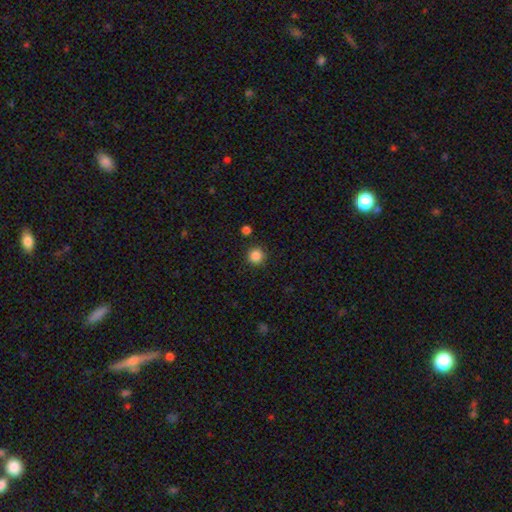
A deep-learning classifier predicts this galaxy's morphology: A smooth galaxy with no disk features (86%) that is round (95%). Merging: none (91%).